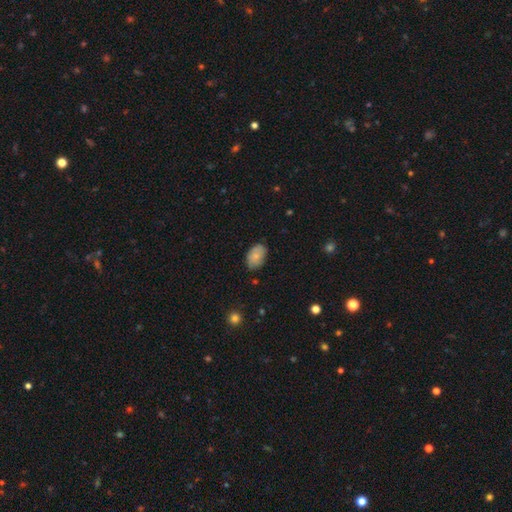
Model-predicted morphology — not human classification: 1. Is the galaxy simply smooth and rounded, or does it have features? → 74% smooth, 19% featured or disk, 7% star or artifact.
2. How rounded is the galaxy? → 87% in between, 12% round, 1% cigar-shaped.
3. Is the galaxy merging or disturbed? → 76% none, 19% minor disturbance, 3% major disturbance, 1% merger.